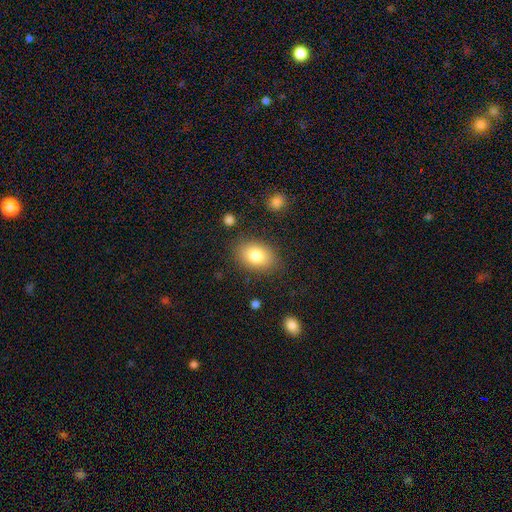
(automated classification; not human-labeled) Smooth or featured? Predicted: smooth (p=0.80). How rounded? Predicted: in between (p=0.81). Merging? Predicted: none (p=0.82).